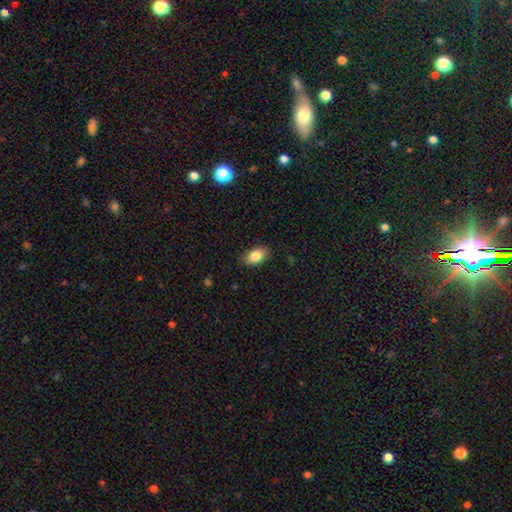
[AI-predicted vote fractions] A smooth galaxy with no disk features (84%) that is in between round and cigar-shaped (90%).

Vote fractions:
- Smooth or featured? smooth: 84% / featured or disk: 9% / star or artifact: 7%
- How rounded? in between: 90% / round: 8% / cigar-shaped: 2%
- Merging? none: 86% / minor disturbance: 11% / major disturbance: 2% / merger: 1%